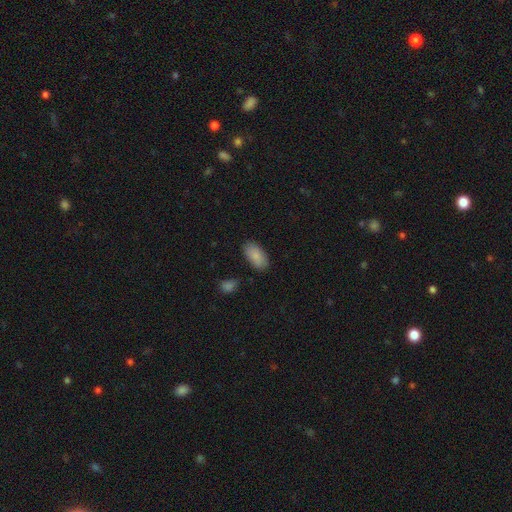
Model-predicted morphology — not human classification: The model was most divided on "merging": none: 83%, minor disturbance: 12%, major disturbance: 3%, merger: 2%. More confident: how rounded — in between (93%); smooth or featured — smooth (87%).